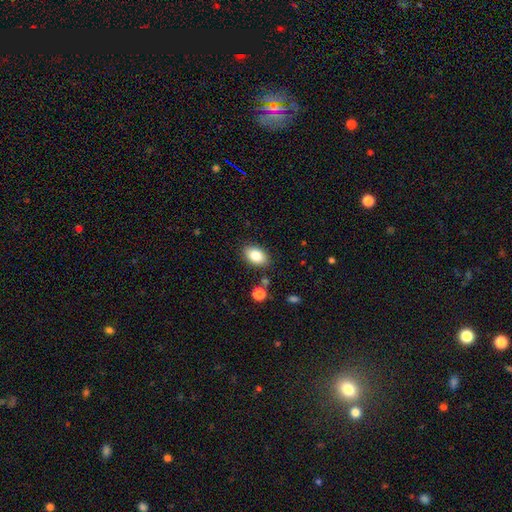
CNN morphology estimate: Q: Smooth or featured?
A: smooth (83%); runner-up: featured or disk (9%)
Q: How rounded?
A: in between (87%); runner-up: round (12%)
Q: Merging?
A: none (85%); runner-up: minor disturbance (10%)